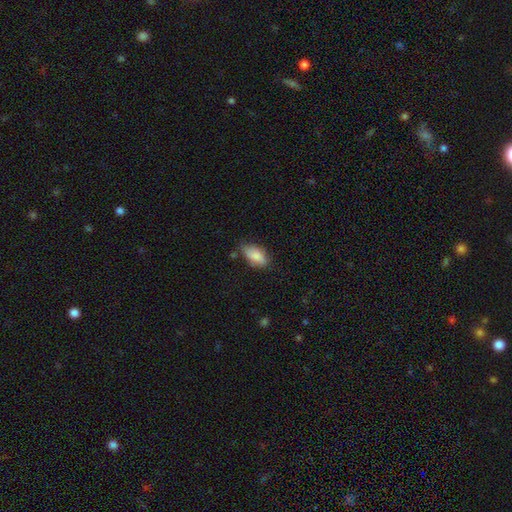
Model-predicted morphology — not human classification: smooth_or_featured: smooth (p=0.85) [alt: featured or disk p=0.09]
how_rounded: in between (p=0.91) [alt: cigar-shaped p=0.05]
merging: none (p=0.62) [alt: minor disturbance p=0.29]